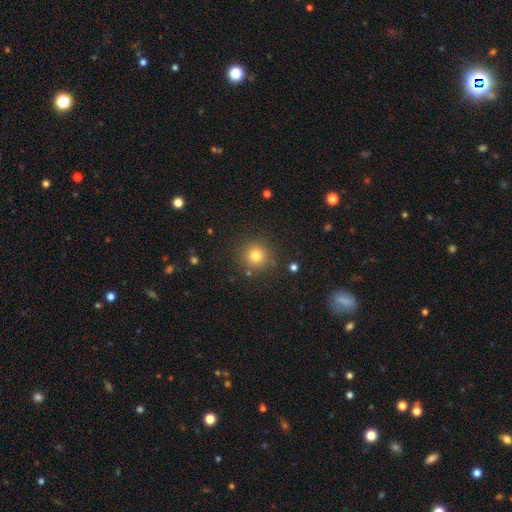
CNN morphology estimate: Smooth or featured?
  - smooth: 78% *
  - star or artifact: 14%
  - featured or disk: 7%
How rounded?
  - round: 94% *
  - in between: 5%
  - cigar-shaped: 1%
Merging?
  - none: 87% *
  - minor disturbance: 8%
  - major disturbance: 3%
  - merger: 3%